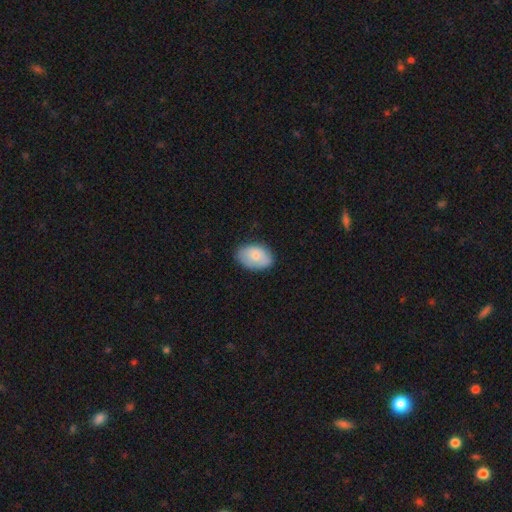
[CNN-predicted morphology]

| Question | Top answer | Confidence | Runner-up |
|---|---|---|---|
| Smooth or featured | smooth | 79% | featured or disk (15%) |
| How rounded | in between | 87% | round (11%) |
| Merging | none | 79% | minor disturbance (17%) |